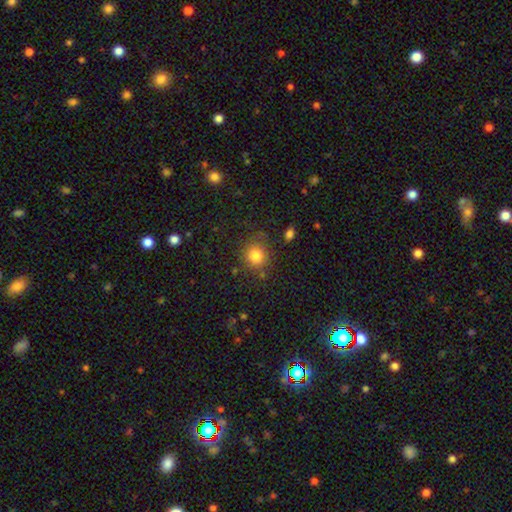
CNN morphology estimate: Smooth or featured? smooth (81%)
How rounded? round (85%)
Merging? none (77%)